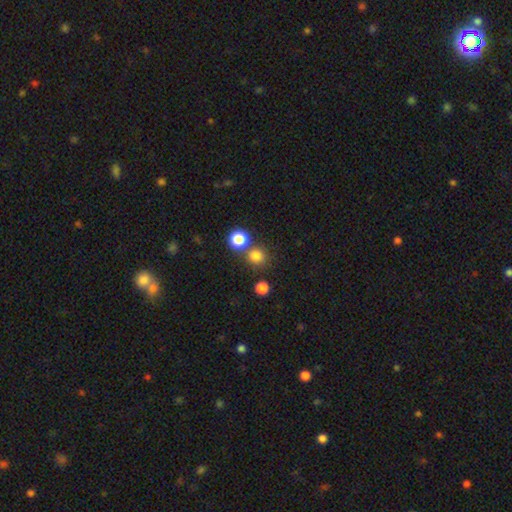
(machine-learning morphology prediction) A smooth galaxy with no disk features (80%) that is round (88%). Merging: none (66%).